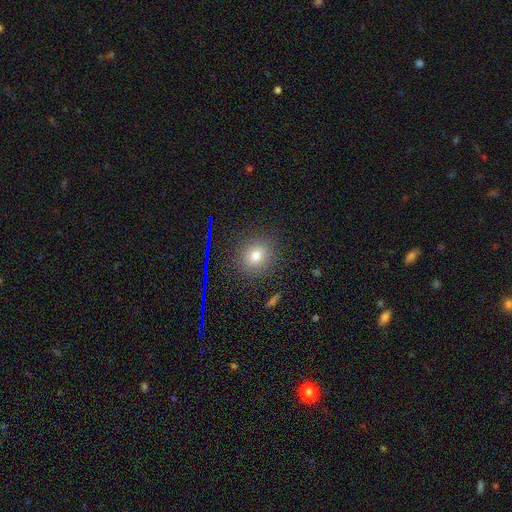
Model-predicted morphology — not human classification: Smooth or featured? smooth (72%)
How rounded? round (73%)
Merging? none (87%)